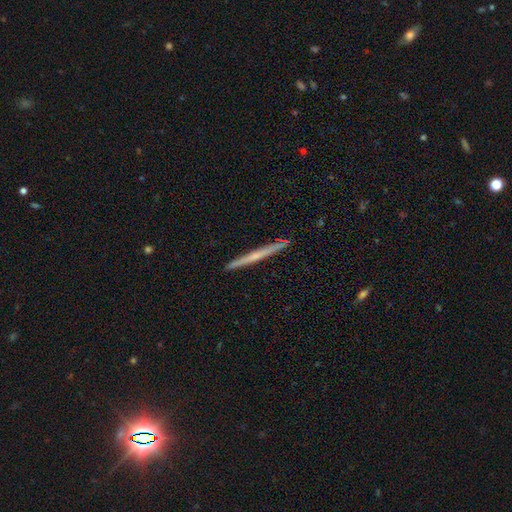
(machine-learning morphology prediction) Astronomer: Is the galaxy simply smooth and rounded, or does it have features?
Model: featured or disk — 56% (runner-up: smooth, 38%).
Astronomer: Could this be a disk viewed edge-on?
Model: yes — 98%.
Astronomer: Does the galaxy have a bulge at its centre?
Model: none — 72%.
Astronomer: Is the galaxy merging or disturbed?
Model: none — 92%.